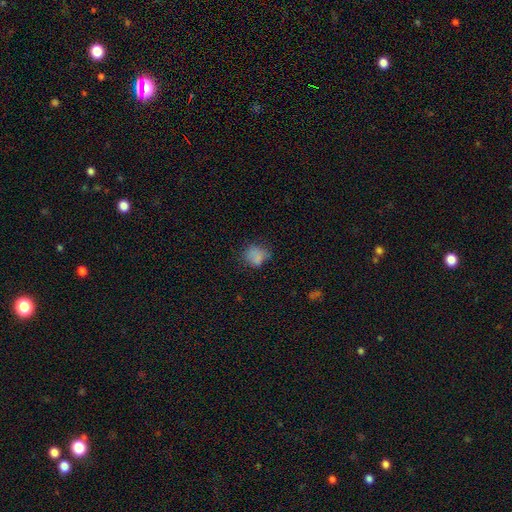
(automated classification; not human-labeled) This appears to be a smooth galaxy with no disk features (77%) that is round (62%). Merging: none (58%).